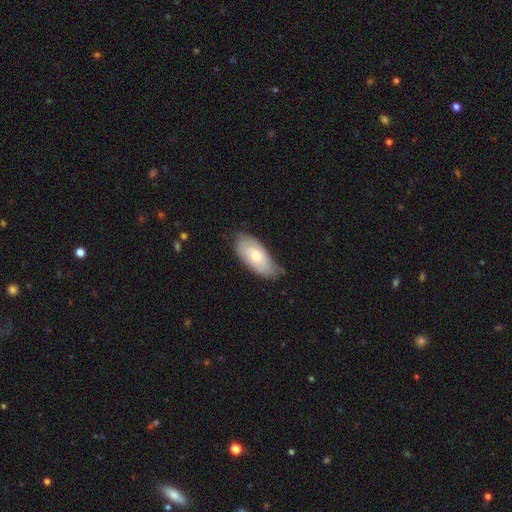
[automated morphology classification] Q: Smooth or featured?
A: smooth (57%); runner-up: featured or disk (37%)
Q: How rounded?
A: in between (90%); runner-up: cigar-shaped (7%)
Q: Merging?
A: none (64%); runner-up: minor disturbance (30%)